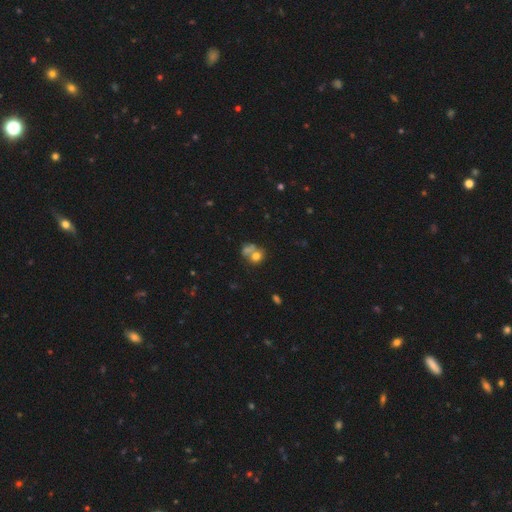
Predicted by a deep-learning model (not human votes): smooth 68%, featured or disk 19%, star or artifact 13%. Down the decision tree: how rounded — round (62%); merging — merger (54%).